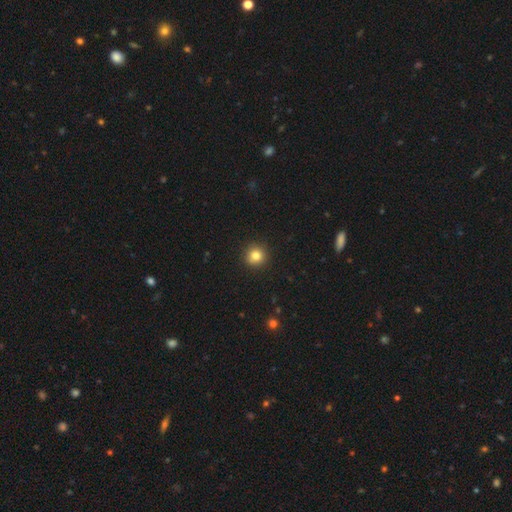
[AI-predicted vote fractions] This is clearly a smooth galaxy (82%). How rounded: clearly round (93%). Merging: clearly none (92%).